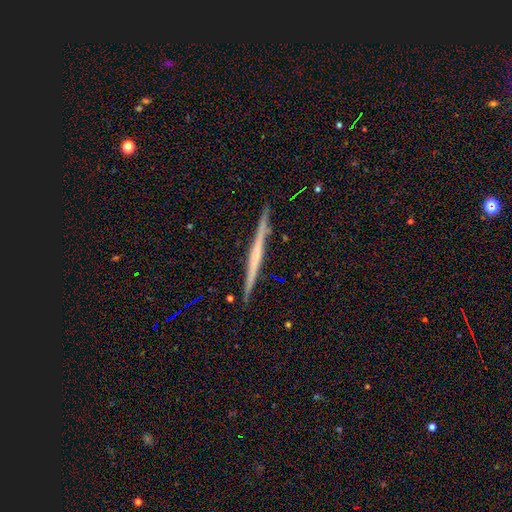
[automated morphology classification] Q: Smooth or featured?
A: featured or disk (62%); runner-up: smooth (30%)
Q: Edge-on disk?
A: yes (98%); runner-up: no (2%)
Q: Edge-on bulge?
A: none (73%); runner-up: rounded (20%)
Q: Merging?
A: none (91%); runner-up: minor disturbance (6%)